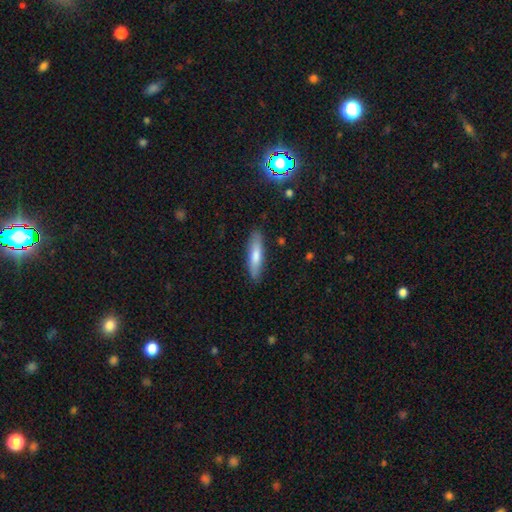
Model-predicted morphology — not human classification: This is likely a smooth galaxy (71%). How rounded: likely cigar-shaped (75%). Merging: clearly none (87%).